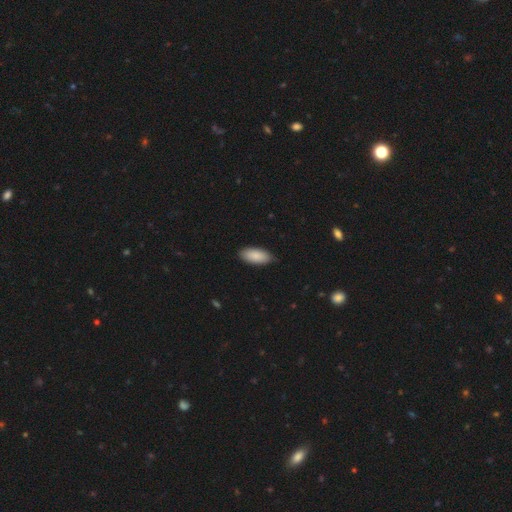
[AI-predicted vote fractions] A smooth galaxy with no disk features (88%) that is in between round and cigar-shaped (90%).

Vote fractions:
- Smooth or featured? smooth: 88% / featured or disk: 6% / star or artifact: 6%
- How rounded? in between: 90% / cigar-shaped: 9% / round: 2%
- Merging? none: 84% / minor disturbance: 13% / major disturbance: 2% / merger: 1%